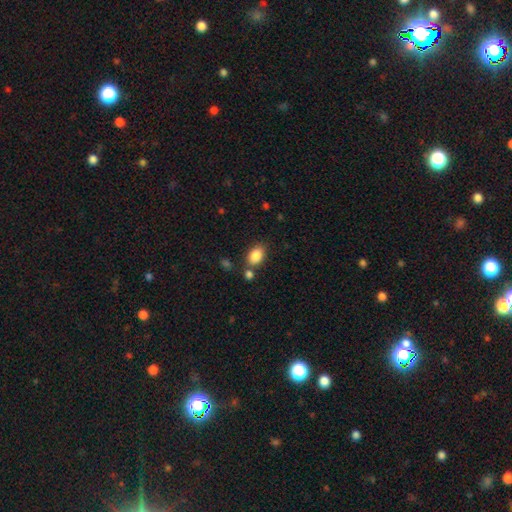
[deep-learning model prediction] Smooth or featured: smooth — 87% (star or artifact — 8%)
How rounded: in between — 81% (round — 17%)
Merging: none — 70% (merger — 13%)